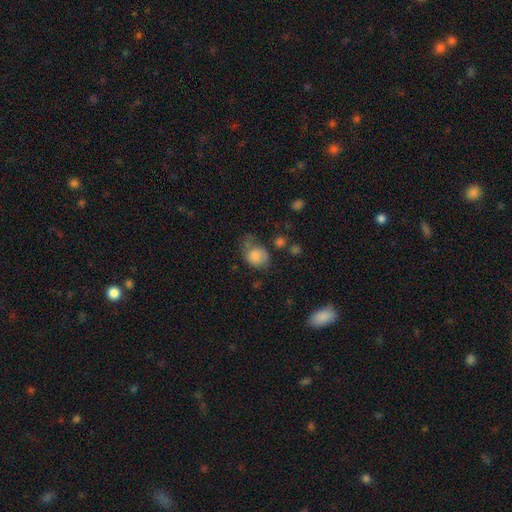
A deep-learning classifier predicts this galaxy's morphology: smooth_or_featured: smooth (p=0.80) [alt: featured or disk p=0.11]
how_rounded: in between (p=0.54) [alt: round p=0.45]
merging: none (p=0.37) [alt: minor disturbance p=0.33]